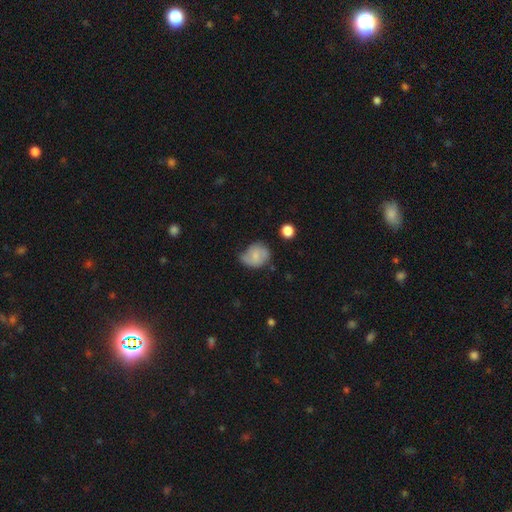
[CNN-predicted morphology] A smooth galaxy with no disk features (62%) that is round (54%). Merging: none (46%).